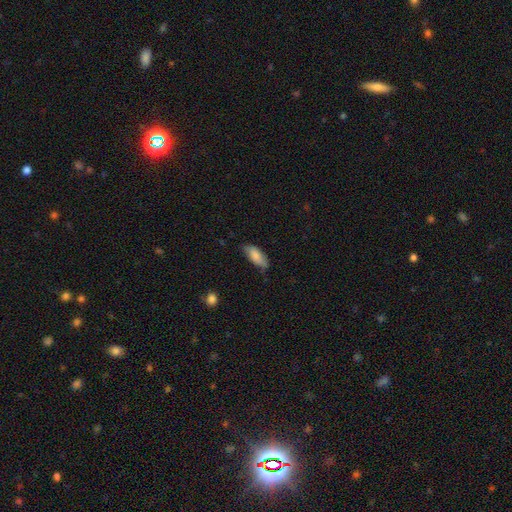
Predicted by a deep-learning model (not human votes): smooth 81%, featured or disk 12%, star or artifact 6%. Down the decision tree: how rounded — in between (84%); merging — none (67%).